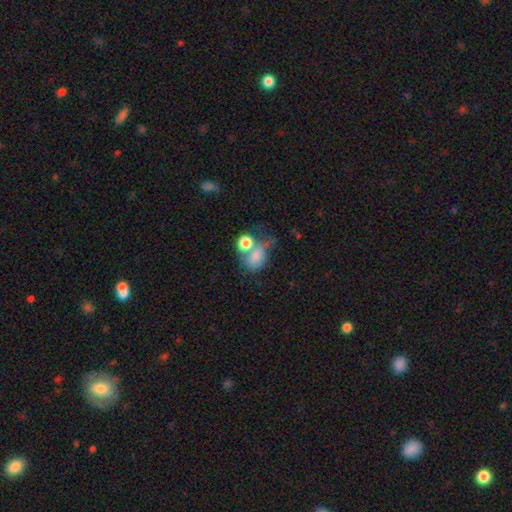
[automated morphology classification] smooth_or_featured: smooth (p=0.71) [alt: featured or disk p=0.16]
how_rounded: in between (p=0.61) [alt: round p=0.37]
merging: merger (p=0.40) [alt: none p=0.26]